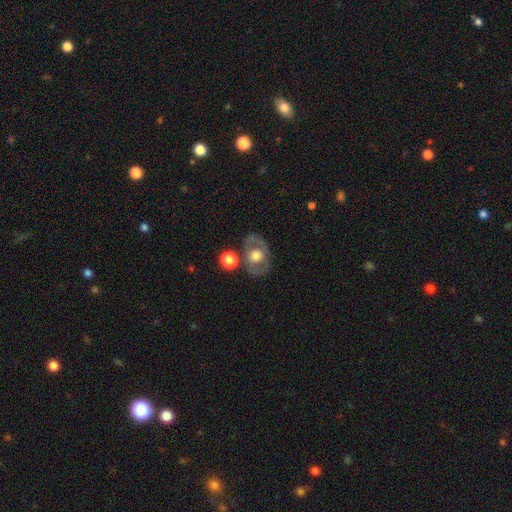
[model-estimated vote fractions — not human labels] Q: Smooth or featured?
A: featured or disk (49%); runner-up: smooth (43%)
Q: Merging?
A: none (66%); runner-up: minor disturbance (14%)